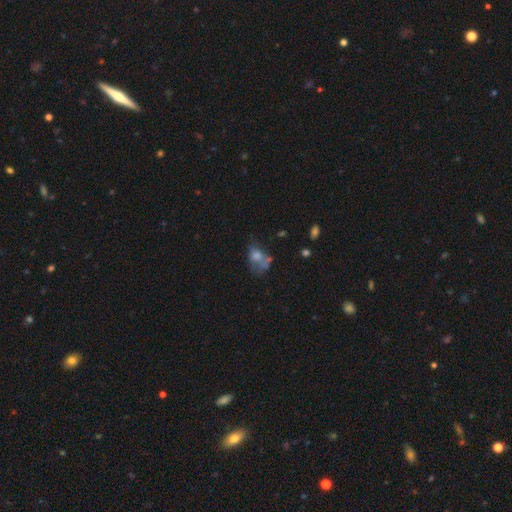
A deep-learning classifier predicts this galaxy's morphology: This is possibly a smooth galaxy (46%). Merging: marginally none (29%).